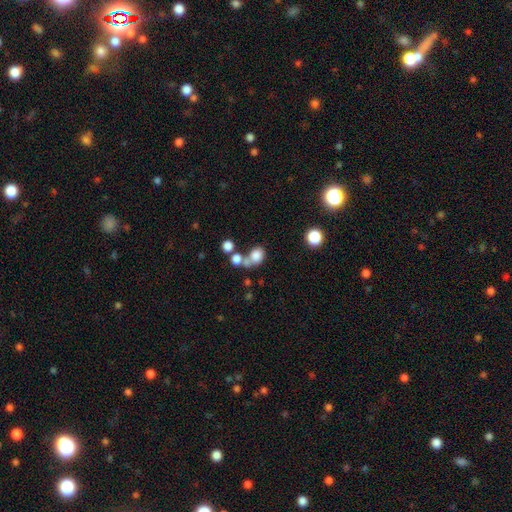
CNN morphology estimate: Smooth or featured? smooth (77%)
How rounded? round (53%)
Merging? merger (42%)